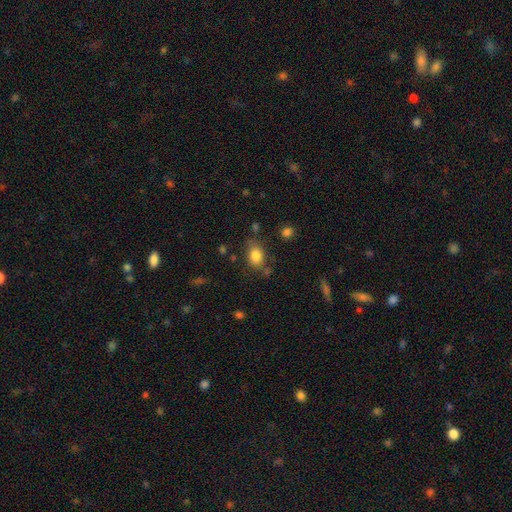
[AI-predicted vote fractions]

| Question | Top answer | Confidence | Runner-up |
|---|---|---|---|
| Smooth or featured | smooth | 83% | star or artifact (9%) |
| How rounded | in between | 74% | round (25%) |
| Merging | none | 70% | minor disturbance (18%) |